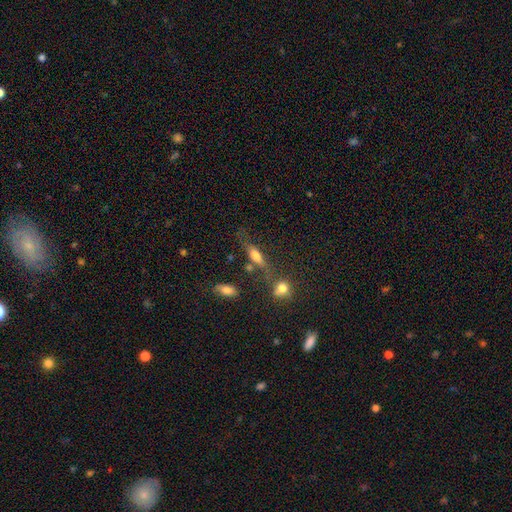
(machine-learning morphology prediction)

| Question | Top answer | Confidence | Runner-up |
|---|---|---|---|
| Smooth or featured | smooth | 64% | featured or disk (25%) |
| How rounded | in between | 52% | cigar-shaped (41%) |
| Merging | none | 53% | minor disturbance (20%) |